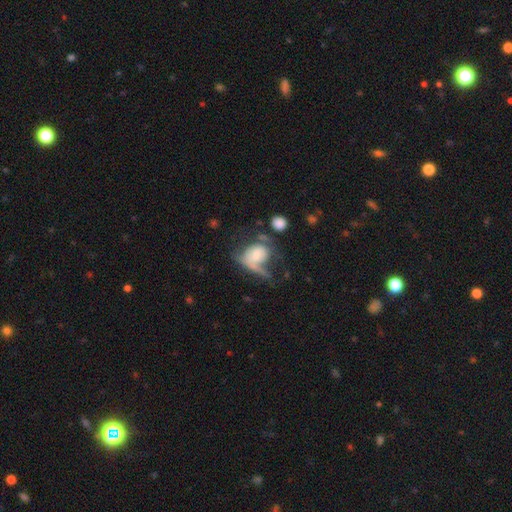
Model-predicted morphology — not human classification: Q: Smooth or featured?
A: smooth (50%); runner-up: featured or disk (40%)
Q: How rounded?
A: in between (59%); runner-up: round (38%)
Q: Merging?
A: major disturbance (41%); runner-up: none (21%)